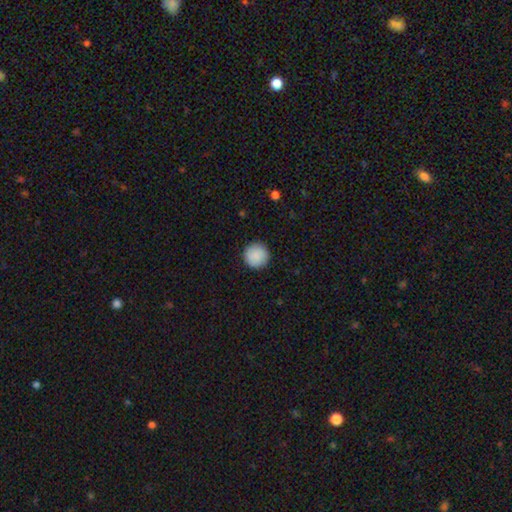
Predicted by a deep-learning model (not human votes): Smooth or featured? smooth (89%)
How rounded? round (96%)
Merging? none (92%)